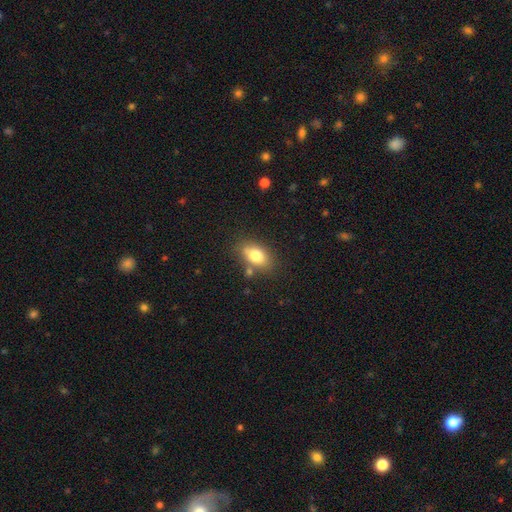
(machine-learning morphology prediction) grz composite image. It shows a smooth galaxy with no disk features (79%) that is in between round and cigar-shaped (86%). Merging: none (72%).